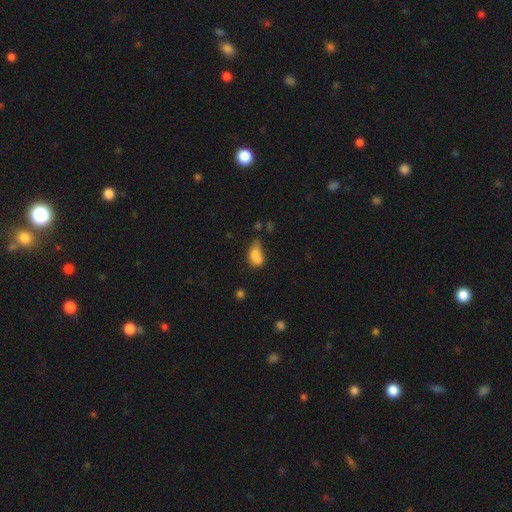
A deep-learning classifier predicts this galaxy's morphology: Smooth or featured? Predicted: smooth (p=0.76). How rounded? Predicted: in between (p=0.82). Merging? Predicted: none (p=0.29, tied with minor disturbance).